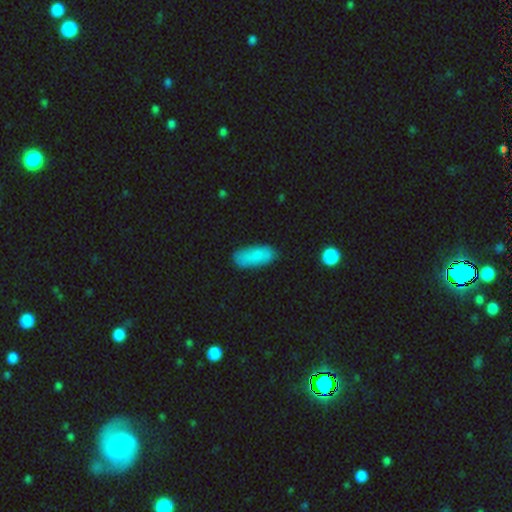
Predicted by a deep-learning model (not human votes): The model was most divided on "merging": none: 76%, minor disturbance: 19%, major disturbance: 4%, merger: 2%. More confident: smooth or featured — smooth (81%); how rounded — in between (80%).